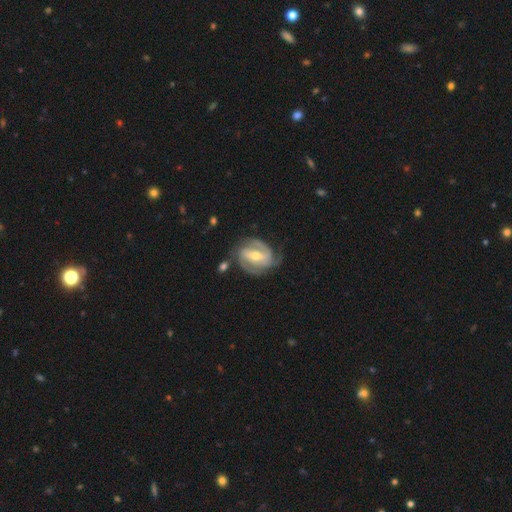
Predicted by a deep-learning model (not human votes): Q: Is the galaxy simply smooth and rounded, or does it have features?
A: featured or disk — 89%.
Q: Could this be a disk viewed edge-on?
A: no — 97%.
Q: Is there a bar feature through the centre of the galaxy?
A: strong — 55%.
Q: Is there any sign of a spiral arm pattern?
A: yes — 96%.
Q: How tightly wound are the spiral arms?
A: tight — 49%.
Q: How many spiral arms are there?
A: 2 — 63%.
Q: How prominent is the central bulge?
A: moderate — 57%.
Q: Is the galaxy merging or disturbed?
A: none — 70%.